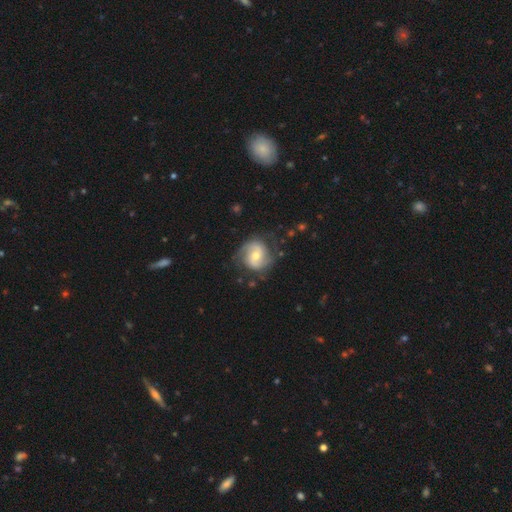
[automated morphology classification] This appears to be a featured or disk galaxy (77%) with no bar (45%), 2 (84%) medium (46%) spiral arms (92%) and a moderate central bulge (61%). Merging: none (75%).